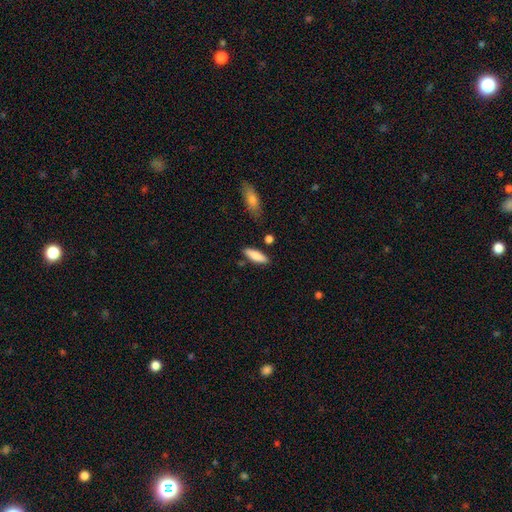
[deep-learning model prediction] Q: Smooth or featured?
A: smooth (83%); runner-up: featured or disk (11%)
Q: How rounded?
A: in between (51%); runner-up: cigar-shaped (47%)
Q: Merging?
A: none (82%); runner-up: minor disturbance (11%)